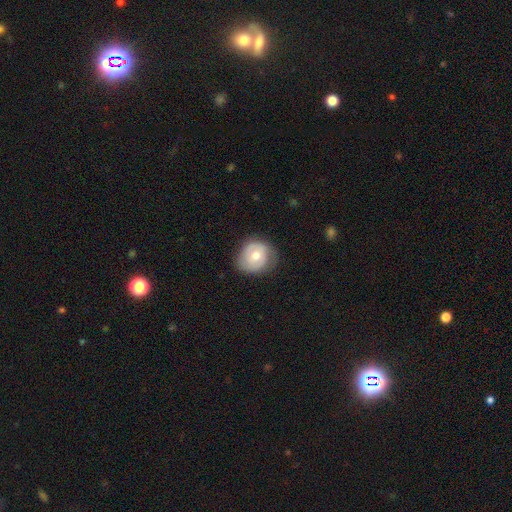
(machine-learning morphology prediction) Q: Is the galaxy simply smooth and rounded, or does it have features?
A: smooth — 57%.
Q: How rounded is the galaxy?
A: round — 78%.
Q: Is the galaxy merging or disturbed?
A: none — 67%.